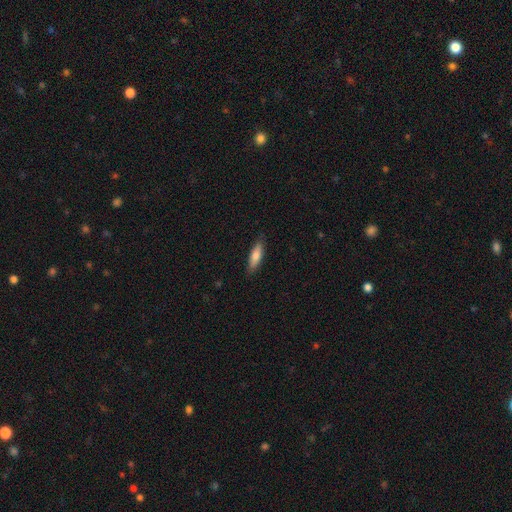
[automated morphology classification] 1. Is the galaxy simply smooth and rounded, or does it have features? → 76% smooth, 18% featured or disk, 6% star or artifact.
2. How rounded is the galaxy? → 55% cigar-shaped, 43% in between, 2% round.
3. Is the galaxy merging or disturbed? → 84% none, 12% minor disturbance, 2% major disturbance, 1% merger.